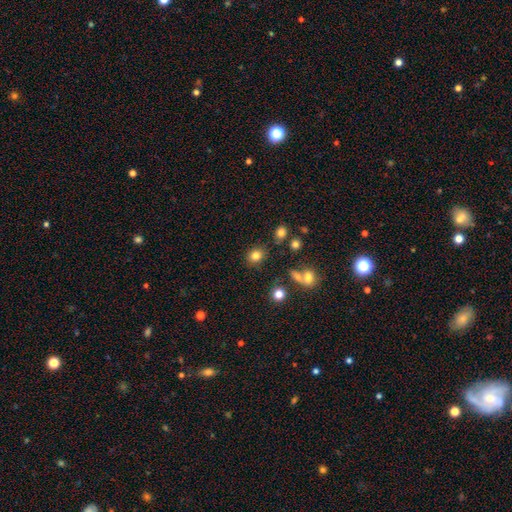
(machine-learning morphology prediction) A smooth galaxy with no disk features (81%) that is round (74%).

Vote fractions:
- Smooth or featured? smooth: 81% / star or artifact: 13% / featured or disk: 6%
- How rounded? round: 74% / in between: 25% / cigar-shaped: 1%
- Merging? none: 82% / minor disturbance: 10% / merger: 5% / major disturbance: 3%